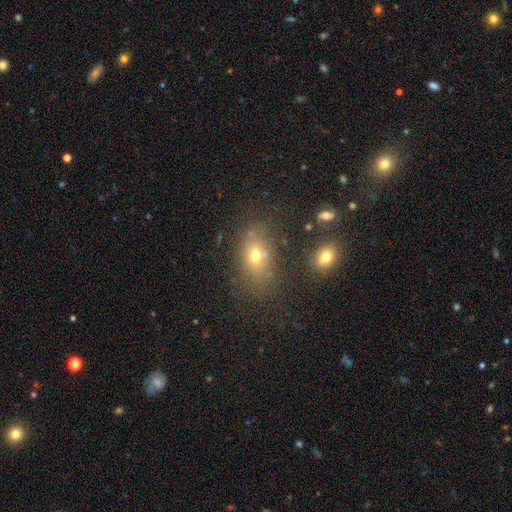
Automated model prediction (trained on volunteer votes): A smooth galaxy with no disk features (64%) that is in between round and cigar-shaped (74%). Merging: none (64%).